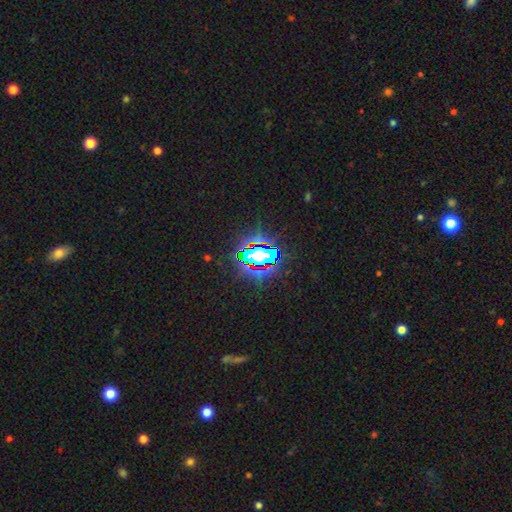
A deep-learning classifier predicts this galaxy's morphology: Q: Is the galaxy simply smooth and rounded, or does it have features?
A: star or artifact — 72%.